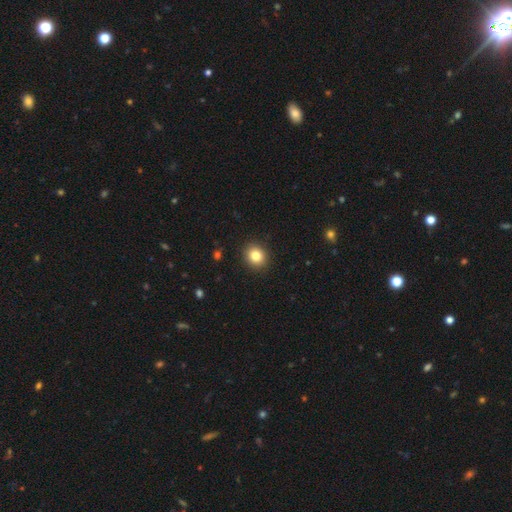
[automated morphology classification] smooth_or_featured: smooth (p=0.83) [alt: star or artifact p=0.10]
how_rounded: round (p=0.76) [alt: in between p=0.23]
merging: none (p=0.91) [alt: minor disturbance p=0.06]